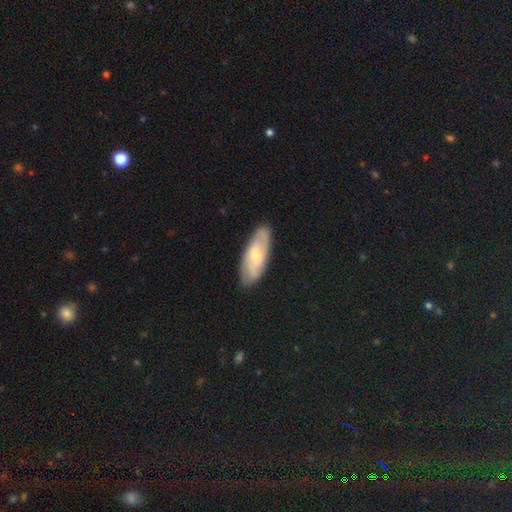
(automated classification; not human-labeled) A featured or disk galaxy (50%).

Vote fractions:
- Smooth or featured? featured or disk: 50% / smooth: 44% / star or artifact: 6%
- Merging? none: 84% / minor disturbance: 12% / major disturbance: 3% / merger: 1%